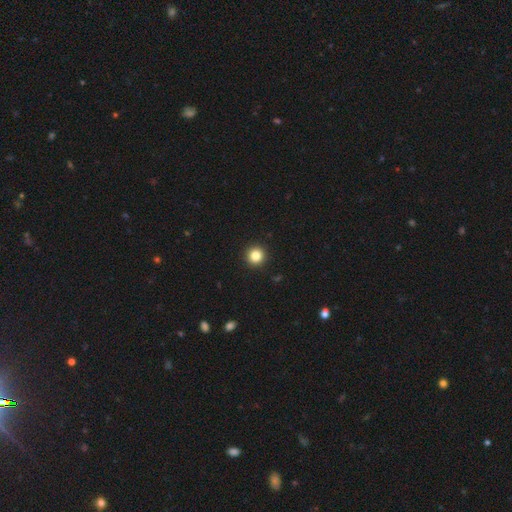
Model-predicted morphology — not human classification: This is clearly a smooth galaxy (84%). How rounded: clearly round (95%). Merging: clearly none (93%).